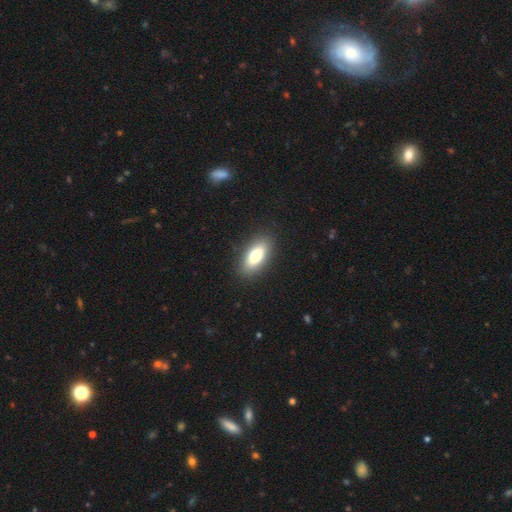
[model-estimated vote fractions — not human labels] Smooth or featured? smooth (74%)
How rounded? in between (83%)
Merging? none (89%)